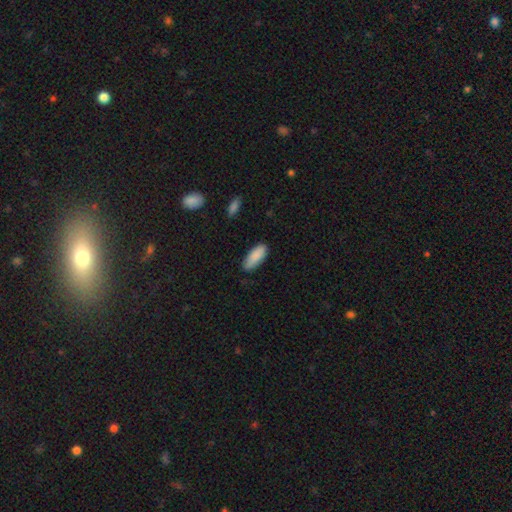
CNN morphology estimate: A smooth galaxy with no disk features (89%) that is in between round and cigar-shaped (79%).

Vote fractions:
- Smooth or featured? smooth: 89% / star or artifact: 6% / featured or disk: 5%
- How rounded? in between: 79% / cigar-shaped: 19% / round: 2%
- Merging? none: 81% / minor disturbance: 15% / major disturbance: 2% / merger: 1%